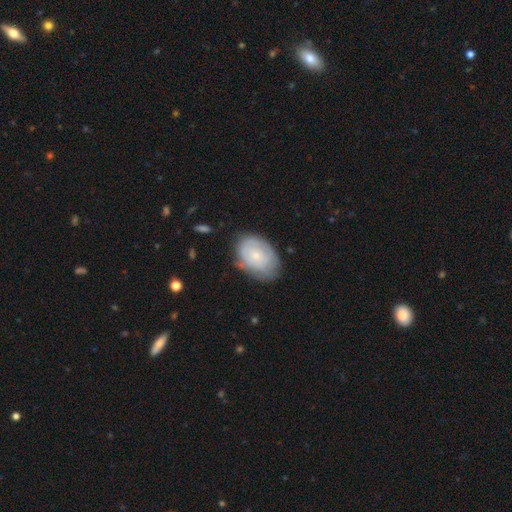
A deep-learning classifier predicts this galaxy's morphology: This appears to be a smooth galaxy with no disk features (48%). Merging: none (65%).